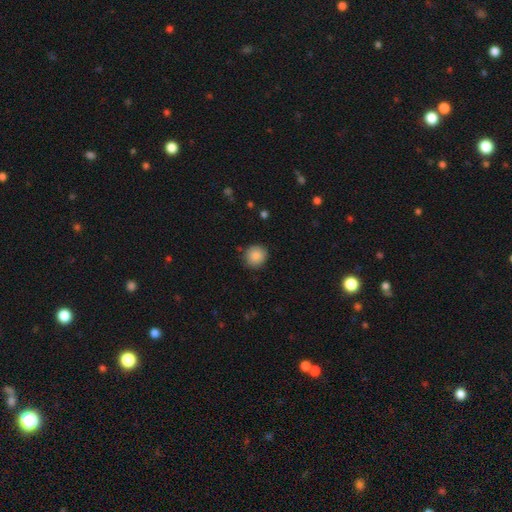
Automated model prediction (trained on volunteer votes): A smooth galaxy with no disk features (88%) that is round (90%). Merging: none (87%).